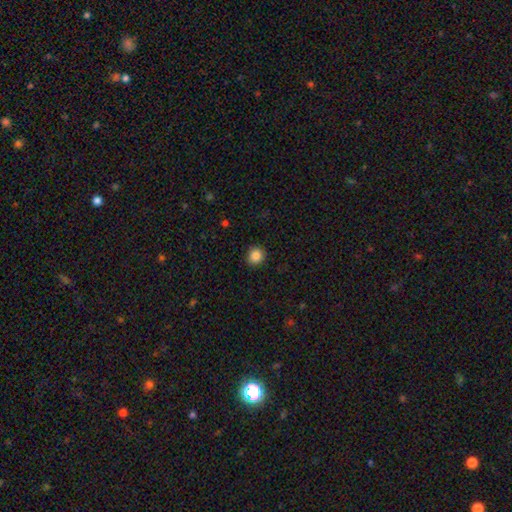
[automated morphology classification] Smooth or featured? smooth (87%)
How rounded? round (87%)
Merging? none (91%)